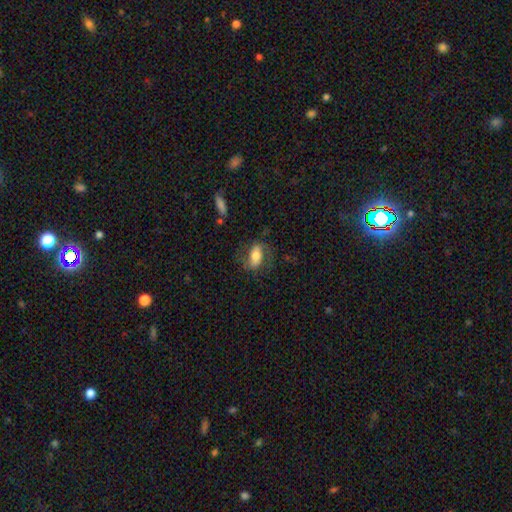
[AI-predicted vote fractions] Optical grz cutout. It shows a smooth galaxy with no disk features (50%). Merging: none (67%).